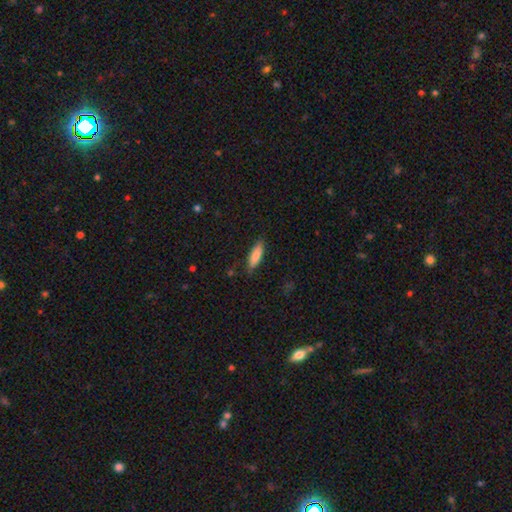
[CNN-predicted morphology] type=smooth (83%); roundness=in between (54%); merging=none (83%).